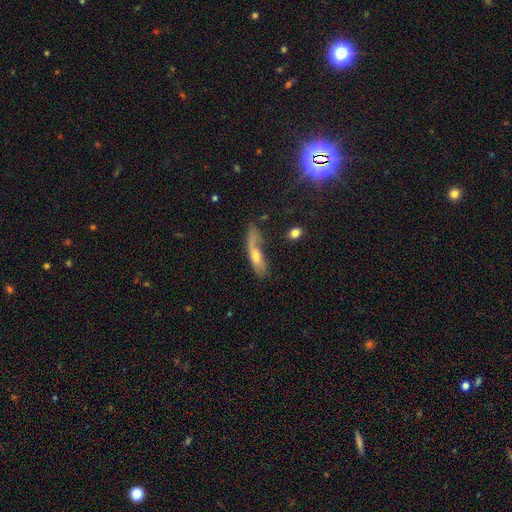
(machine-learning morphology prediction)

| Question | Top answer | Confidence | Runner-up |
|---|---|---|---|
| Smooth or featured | smooth | 51% | featured or disk (40%) |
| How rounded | cigar-shaped | 65% | in between (32%) |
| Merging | none | 37% | minor disturbance (28%) |